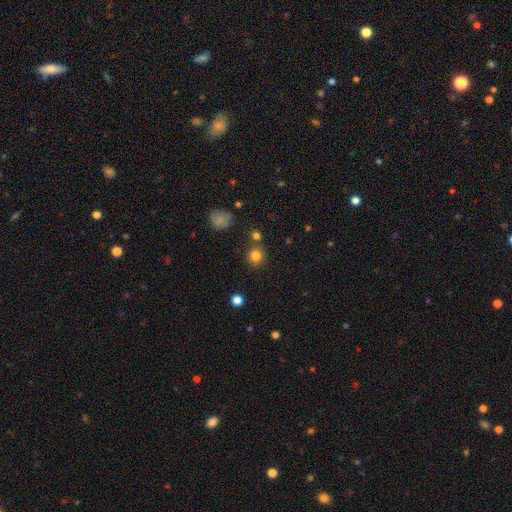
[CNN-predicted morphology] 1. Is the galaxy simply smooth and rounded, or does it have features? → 81% smooth, 14% star or artifact, 6% featured or disk.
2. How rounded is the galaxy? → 87% round, 12% in between, 1% cigar-shaped.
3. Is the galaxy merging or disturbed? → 79% none, 9% merger, 9% minor disturbance, 3% major disturbance.